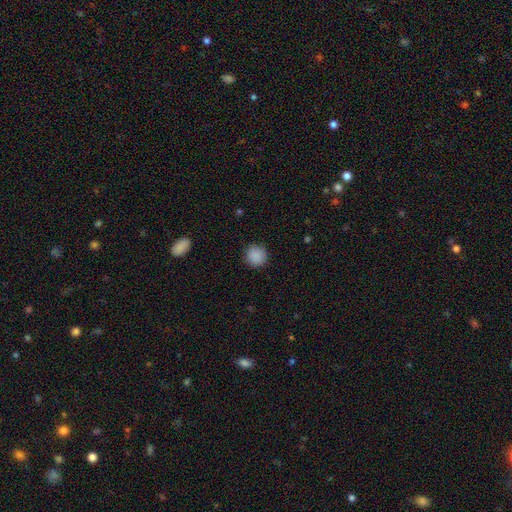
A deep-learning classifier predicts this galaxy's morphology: Q: Smooth or featured?
A: smooth (89%); runner-up: star or artifact (9%)
Q: How rounded?
A: round (92%); runner-up: in between (7%)
Q: Merging?
A: none (90%); runner-up: minor disturbance (7%)